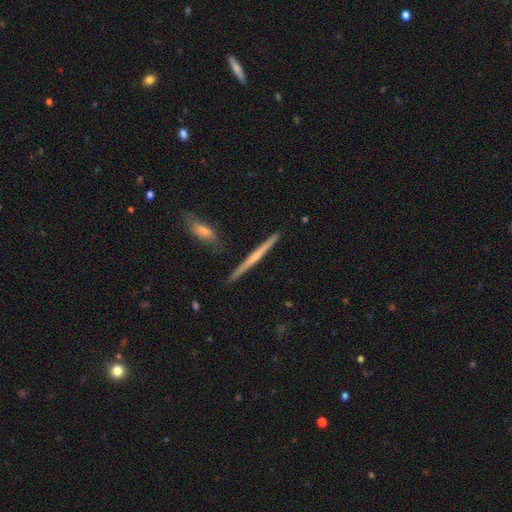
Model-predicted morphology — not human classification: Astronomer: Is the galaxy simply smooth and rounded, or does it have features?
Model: featured or disk — 61%.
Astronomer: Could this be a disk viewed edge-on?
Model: yes — 98%.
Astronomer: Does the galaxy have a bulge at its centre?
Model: none — 56% (runner-up: rounded, 38%).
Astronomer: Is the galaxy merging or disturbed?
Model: none — 89%.